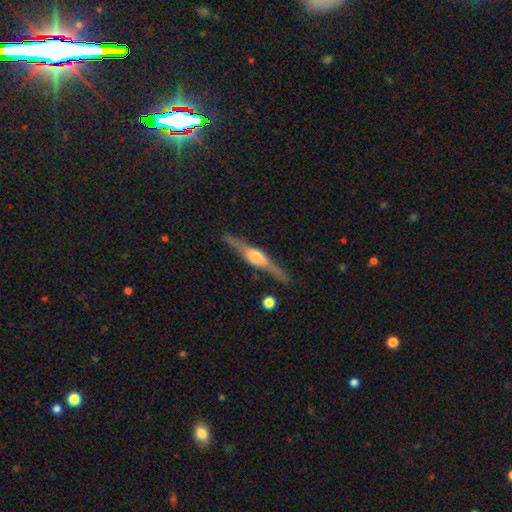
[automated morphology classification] This appears to be a featured or disk galaxy (80%) viewed edge-on (97%) with a rounded central bulge (82%). Merging: none (86%).